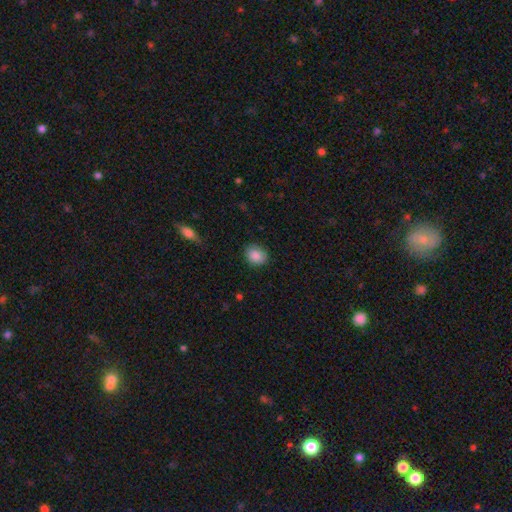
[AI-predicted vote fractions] This is clearly a smooth galaxy (87%). How rounded: likely round (62%). Merging: clearly none (84%).